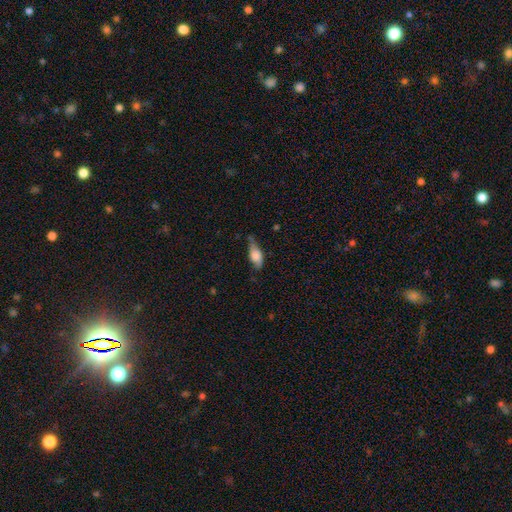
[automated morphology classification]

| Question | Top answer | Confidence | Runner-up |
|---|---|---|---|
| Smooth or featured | smooth | 71% | featured or disk (22%) |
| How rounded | in between | 78% | cigar-shaped (18%) |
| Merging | none | 47% | minor disturbance (39%) |